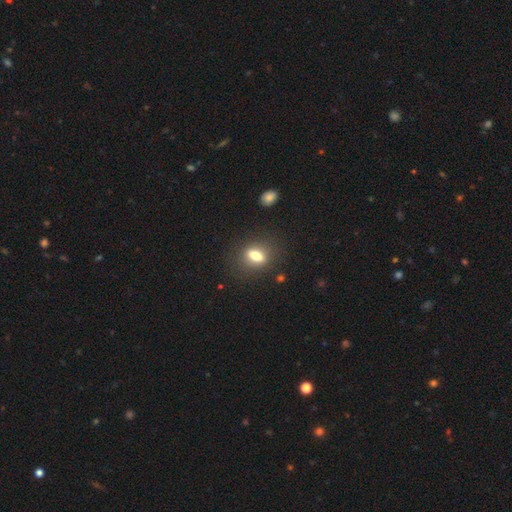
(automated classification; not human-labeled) smooth 70%, featured or disk 19%, star or artifact 11%. Down the decision tree: how rounded — in between (61%); merging — none (79%).